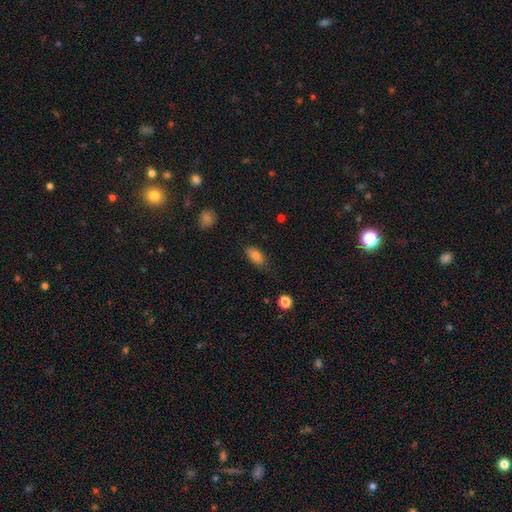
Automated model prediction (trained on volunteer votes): Smooth or featured?
  - smooth: 83% *
  - featured or disk: 9%
  - star or artifact: 9%
How rounded?
  - in between: 89% *
  - cigar-shaped: 7%
  - round: 4%
Merging?
  - none: 78% *
  - minor disturbance: 17%
  - major disturbance: 3%
  - merger: 1%